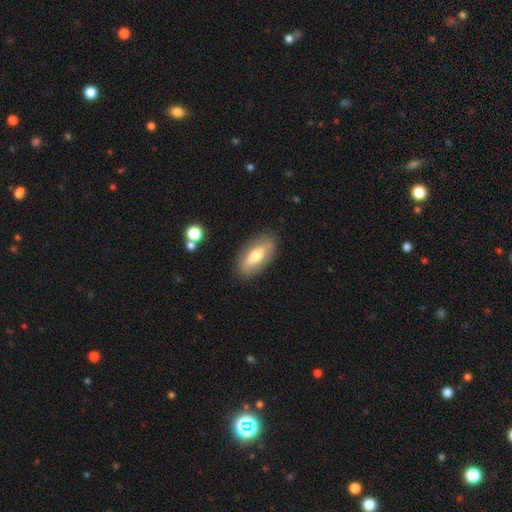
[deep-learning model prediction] The model was most divided on "smooth or featured": smooth: 61%, featured or disk: 32%, star or artifact: 7%. More confident: how rounded — in between (86%); merging — none (84%).